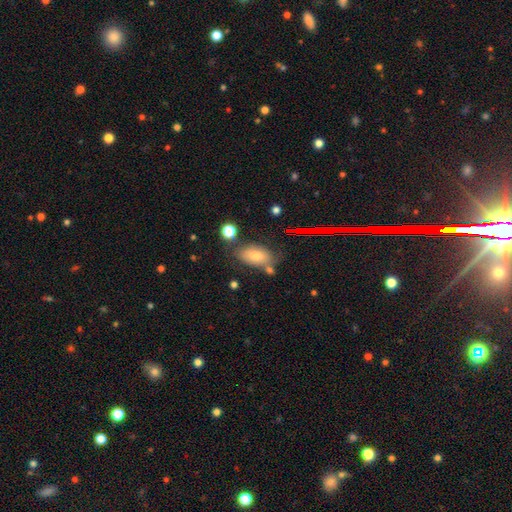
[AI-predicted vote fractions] Q: Smooth or featured?
A: smooth (70%); runner-up: featured or disk (17%)
Q: How rounded?
A: in between (89%); runner-up: round (8%)
Q: Merging?
A: none (70%); runner-up: minor disturbance (16%)